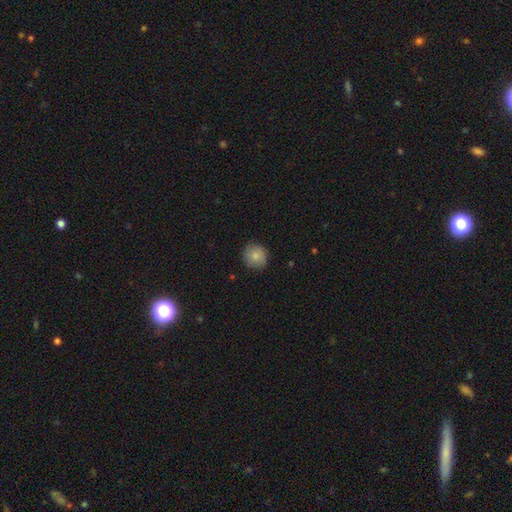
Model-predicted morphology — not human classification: Smooth or featured?
  - smooth: 82% *
  - featured or disk: 10%
  - star or artifact: 8%
How rounded?
  - round: 90% *
  - in between: 9%
  - cigar-shaped: 1%
Merging?
  - none: 84% *
  - minor disturbance: 13%
  - major disturbance: 2%
  - merger: 1%